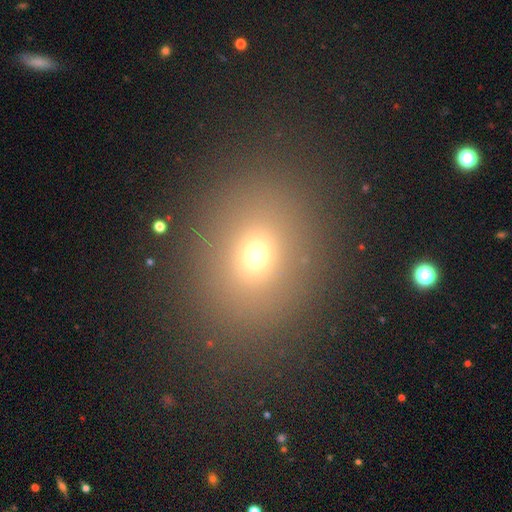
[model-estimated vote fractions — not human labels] This appears to be a smooth galaxy with no disk features (68%) that is round (56%). Merging: none (84%).